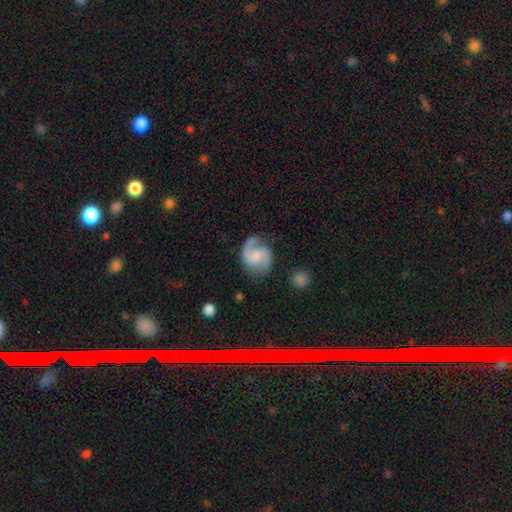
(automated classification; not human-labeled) Smooth or featured?
  - featured or disk: 85% *
  - smooth: 10%
  - star or artifact: 5%
Edge-on disk?
  - no: 98% *
  - yes: 2%
Bar?
  - no: 48% *
  - weak: 44%
  - strong: 8%
Spiral arms?
  - yes: 97% *
  - no: 3%
Spiral winding?
  - medium: 57% *
  - loose: 24%
  - tight: 19%
Spiral arm count?
  - 2: 89% *
  - 1: 5%
  - can't tell: 3%
  - 3: 1%
  - 4: 1%
  - more than 4: 1%
Bulge size?
  - small: 43% *
  - moderate: 35%
  - none: 17%
  - large: 4%
  - dominant: 1%
Merging?
  - none: 77% *
  - minor disturbance: 15%
  - major disturbance: 6%
  - merger: 2%